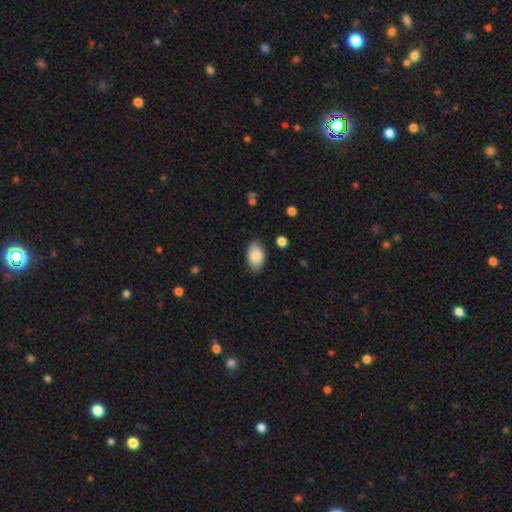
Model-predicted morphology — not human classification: Q: Smooth or featured?
A: smooth (88%); runner-up: star or artifact (6%)
Q: How rounded?
A: in between (91%); runner-up: round (8%)
Q: Merging?
A: none (82%); runner-up: minor disturbance (13%)